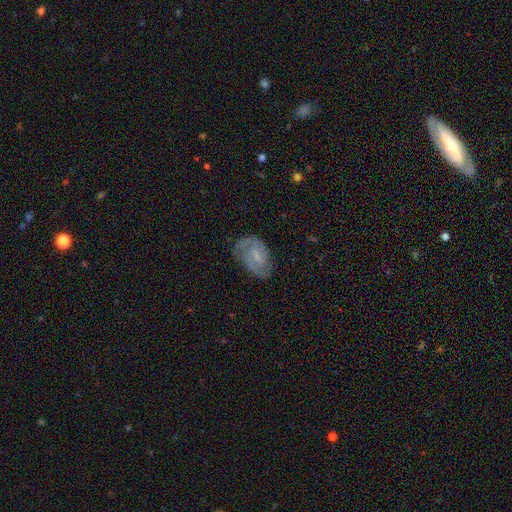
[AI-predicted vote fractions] This is likely a featured or disk galaxy (70%). It is clearly not viewed edge-on (97%). Bar: possibly weak (54%). Spiral arm pattern: clearly yes (91%). Spiral arm count: likely 2 (71%). Spiral winding: marginally medium (45%). Central bulge: possibly small (49%). Merging: likely none (68%).